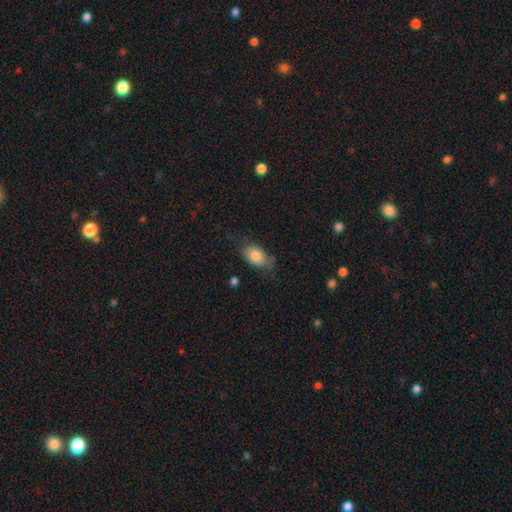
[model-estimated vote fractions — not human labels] smooth-or-featured: smooth: 79% | featured or disk: 14% | star or artifact: 7%
  how-rounded: in between: 87% | round: 10% | cigar-shaped: 3%
  merging: none: 62% | minor disturbance: 26% | major disturbance: 9% | merger: 2%